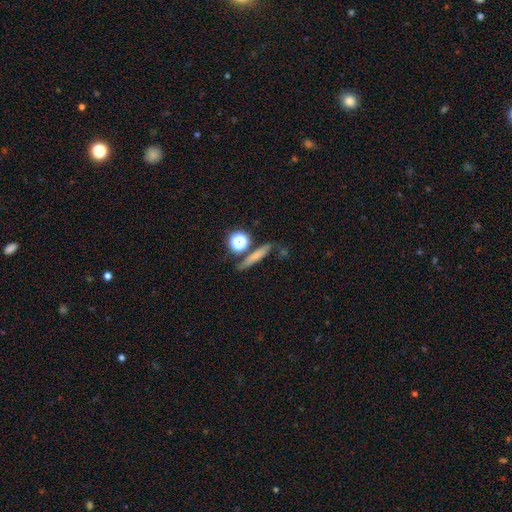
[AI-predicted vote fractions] Smooth or featured? smooth (65%)
How rounded? cigar-shaped (72%)
Merging? none (74%)